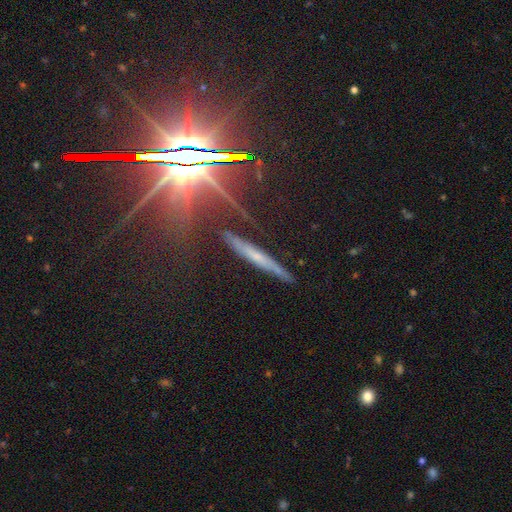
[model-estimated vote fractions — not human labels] Smooth or featured?
  - featured or disk: 47% *
  - smooth: 29%
  - star or artifact: 23%
Merging?
  - none: 82% *
  - minor disturbance: 13%
  - major disturbance: 3%
  - merger: 2%